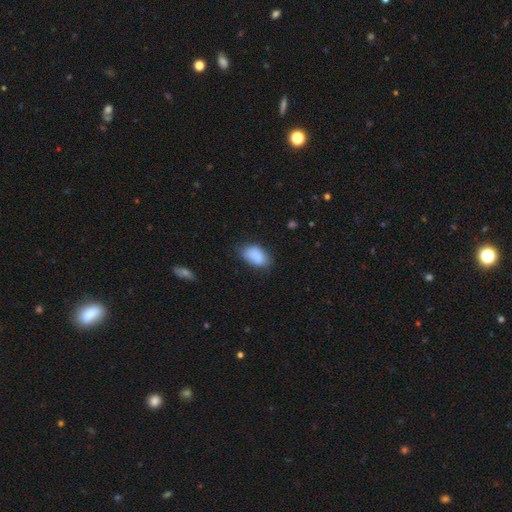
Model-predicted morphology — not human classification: smooth-or-featured: smooth: 87% | star or artifact: 7% | featured or disk: 5%
  how-rounded: in between: 90% | round: 8% | cigar-shaped: 2%
  merging: none: 67% | minor disturbance: 26% | major disturbance: 6% | merger: 2%